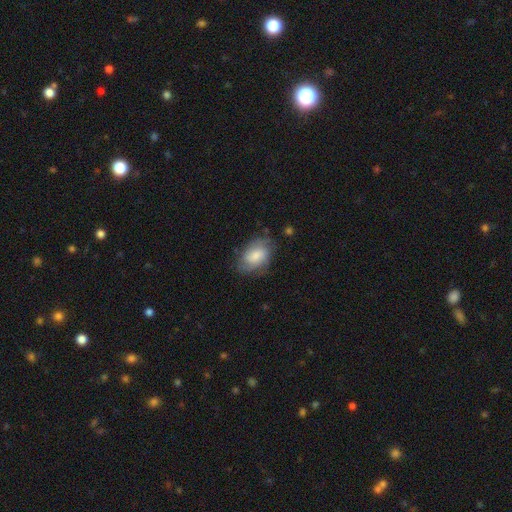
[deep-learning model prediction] A smooth galaxy with no disk features (58%) that is in between round and cigar-shaped (87%).

Vote fractions:
- Smooth or featured? smooth: 58% / featured or disk: 35% / star or artifact: 7%
- How rounded? in between: 87% / round: 12% / cigar-shaped: 2%
- Merging? none: 64% / minor disturbance: 25% / major disturbance: 9% / merger: 2%